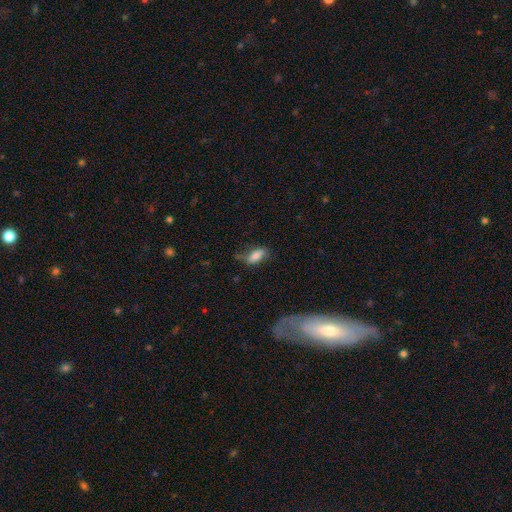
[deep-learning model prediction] smooth 75%, featured or disk 17%, star or artifact 8%. Down the decision tree: how rounded — in between (81%); merging — none (53%).